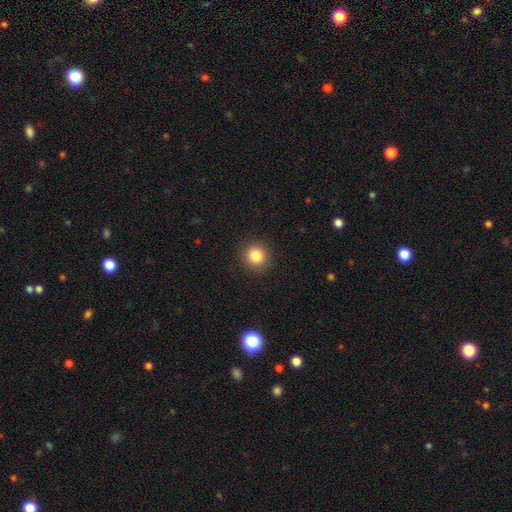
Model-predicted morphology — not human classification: Q: Smooth or featured?
A: smooth (84%); runner-up: star or artifact (11%)
Q: How rounded?
A: round (92%); runner-up: in between (7%)
Q: Merging?
A: none (91%); runner-up: minor disturbance (6%)